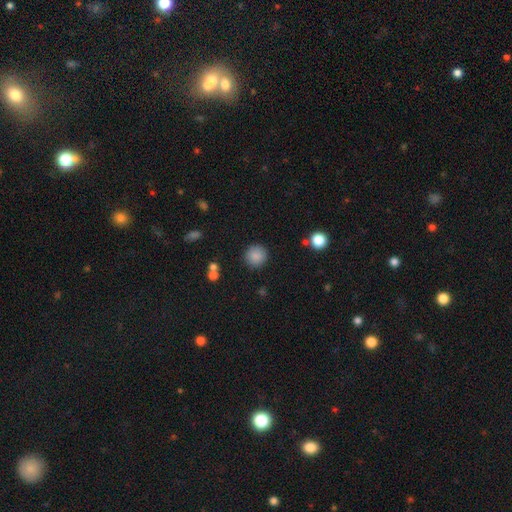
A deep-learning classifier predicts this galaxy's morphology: A smooth galaxy with no disk features (86%) that is round (93%).

Vote fractions:
- Smooth or featured? smooth: 86% / star or artifact: 9% / featured or disk: 5%
- How rounded? round: 93% / in between: 6% / cigar-shaped: 1%
- Merging? none: 88% / minor disturbance: 7% / major disturbance: 3% / merger: 2%